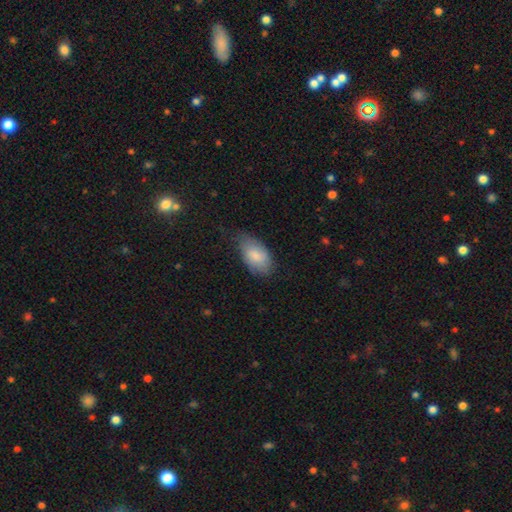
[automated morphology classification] smooth-or-featured: smooth: 78% | featured or disk: 16% | star or artifact: 6%
  how-rounded: in between: 94% | round: 4% | cigar-shaped: 2%
  merging: none: 53% | minor disturbance: 35% | major disturbance: 11% | merger: 1%